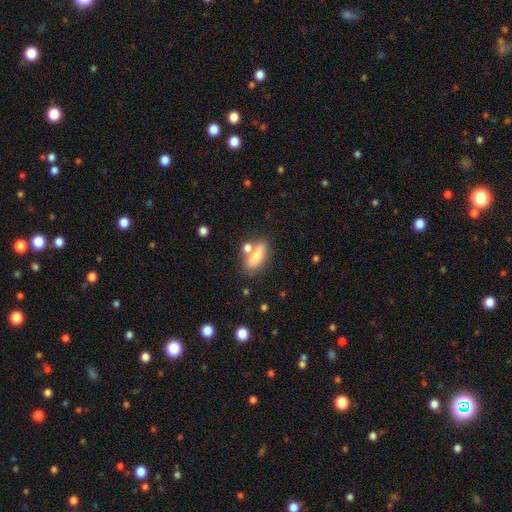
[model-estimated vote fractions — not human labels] Q: Smooth or featured?
A: smooth (78%); runner-up: featured or disk (14%)
Q: How rounded?
A: in between (74%); runner-up: cigar-shaped (21%)
Q: Merging?
A: none (56%); runner-up: merger (24%)